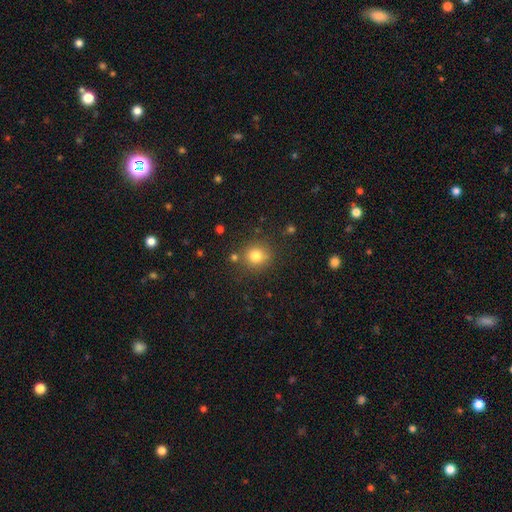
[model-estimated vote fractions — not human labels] Smooth or featured?
  - smooth: 79% *
  - star or artifact: 13%
  - featured or disk: 8%
How rounded?
  - round: 87% *
  - in between: 12%
  - cigar-shaped: 1%
Merging?
  - none: 81% *
  - minor disturbance: 10%
  - merger: 6%
  - major disturbance: 3%